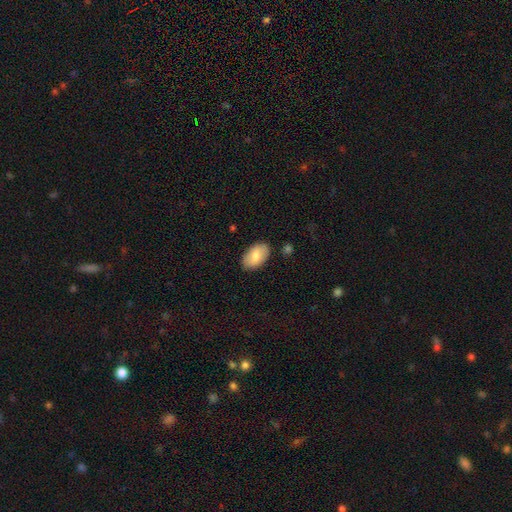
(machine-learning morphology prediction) Smooth or featured?
  - smooth: 77% *
  - featured or disk: 17%
  - star or artifact: 6%
How rounded?
  - in between: 94% *
  - round: 5%
  - cigar-shaped: 1%
Merging?
  - none: 86% *
  - minor disturbance: 10%
  - major disturbance: 2%
  - merger: 2%